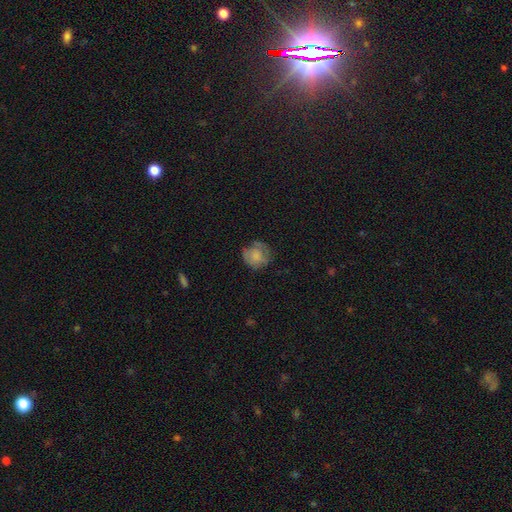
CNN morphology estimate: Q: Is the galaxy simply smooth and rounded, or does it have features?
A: smooth — 65%.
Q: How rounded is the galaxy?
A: round — 85%.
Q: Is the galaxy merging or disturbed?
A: none — 64%.